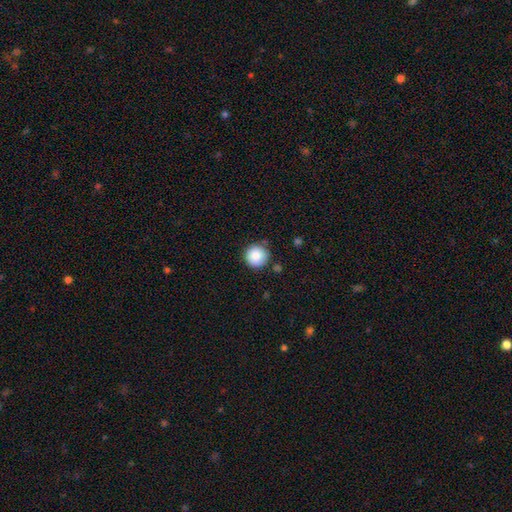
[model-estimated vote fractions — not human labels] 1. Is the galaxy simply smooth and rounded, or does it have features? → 85% smooth, 9% star or artifact, 6% featured or disk.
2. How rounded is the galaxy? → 96% round, 3% in between, 1% cigar-shaped.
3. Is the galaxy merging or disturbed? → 85% none, 10% minor disturbance, 3% merger, 2% major disturbance.